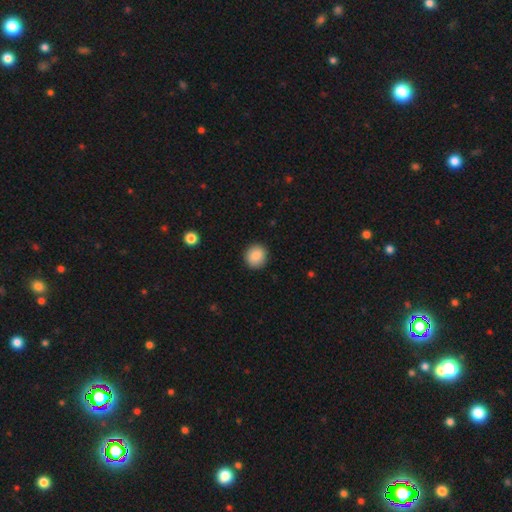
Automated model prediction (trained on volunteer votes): smooth-or-featured: smooth: 87% | star or artifact: 8% | featured or disk: 5%
  how-rounded: round: 88% | in between: 11% | cigar-shaped: 1%
  merging: none: 91% | minor disturbance: 6% | major disturbance: 2% | merger: 1%